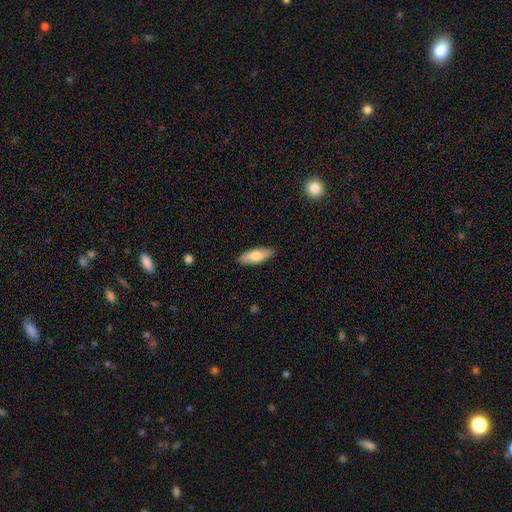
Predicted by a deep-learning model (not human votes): This appears to be a smooth galaxy with no disk features (73%) that is in between round and cigar-shaped (70%). Merging: none (87%).